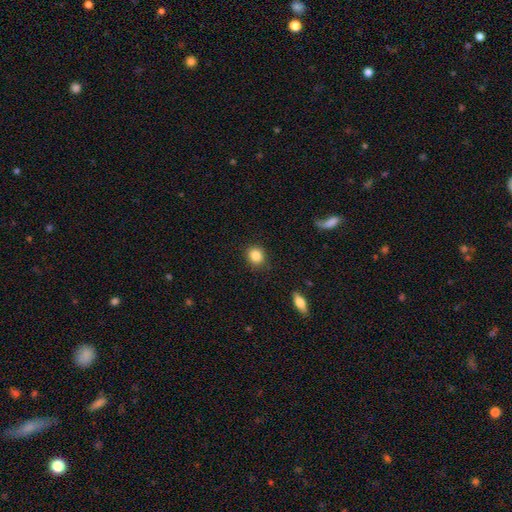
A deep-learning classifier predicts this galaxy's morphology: This appears to be a smooth galaxy with no disk features (86%) that is round (79%). Merging: none (87%).